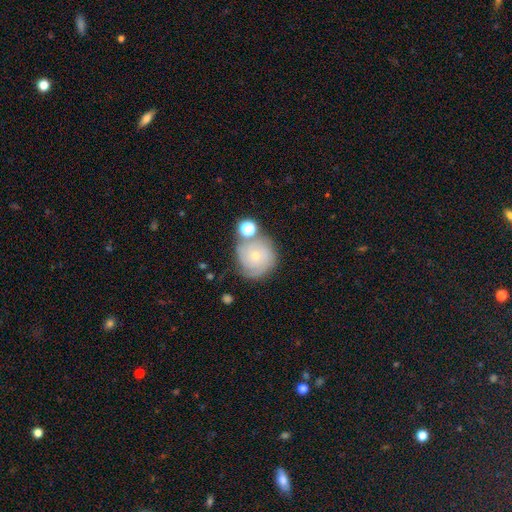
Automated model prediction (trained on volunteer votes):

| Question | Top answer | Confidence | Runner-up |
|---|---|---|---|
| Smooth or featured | featured or disk | 52% | smooth (39%) |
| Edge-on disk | no | 97% | yes (3%) |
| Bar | no | 84% | weak (14%) |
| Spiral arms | yes | 80% | no (20%) |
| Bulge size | small | 76% | moderate (19%) |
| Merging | none | 58% | minor disturbance (19%) |